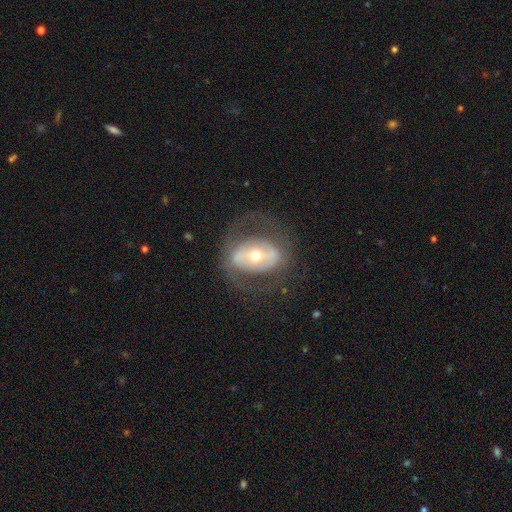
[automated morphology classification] smooth_or_featured: featured or disk (p=0.71) [alt: smooth p=0.23]
disk_edge_on: no (p=0.94) [alt: yes p=0.06]
bar: strong (p=0.36) [alt: no p=0.35]
has_spiral_arms: no (p=0.53) [alt: yes p=0.47]
bulge_size: moderate (p=0.67) [alt: small p=0.23]
merging: none (p=0.67) [alt: major disturbance p=0.17]